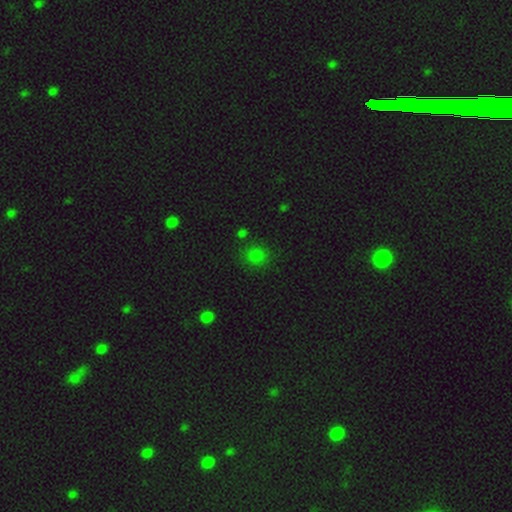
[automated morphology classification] Q: Smooth or featured?
A: smooth (77%); runner-up: star or artifact (18%)
Q: How rounded?
A: round (83%); runner-up: in between (16%)
Q: Merging?
A: none (83%); runner-up: minor disturbance (11%)